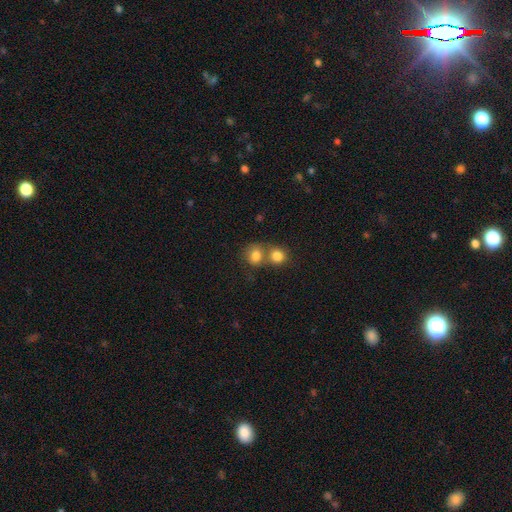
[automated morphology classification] Smooth or featured?
  - smooth: 81% *
  - star or artifact: 10%
  - featured or disk: 9%
How rounded?
  - round: 74% *
  - in between: 25%
  - cigar-shaped: 1%
Merging?
  - merger: 51% *
  - none: 37%
  - minor disturbance: 8%
  - major disturbance: 4%